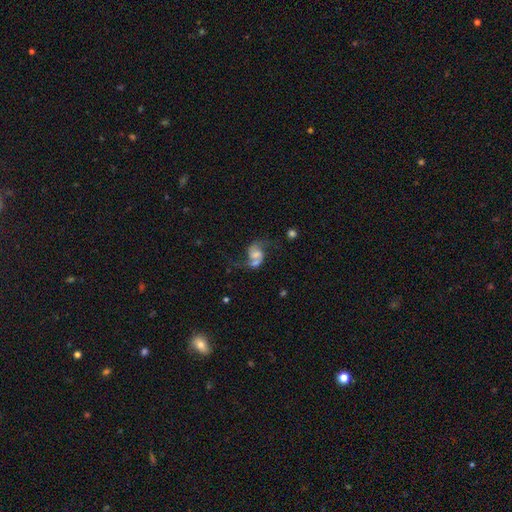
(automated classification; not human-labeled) Q: Smooth or featured?
A: featured or disk (72%); runner-up: smooth (19%)
Q: Edge-on disk?
A: no (98%); runner-up: yes (2%)
Q: Bar?
A: no (53%); runner-up: weak (37%)
Q: Spiral arms?
A: yes (89%); runner-up: no (11%)
Q: Spiral winding?
A: loose (65%); runner-up: medium (28%)
Q: Spiral arm count?
A: 2 (87%); runner-up: 1 (7%)
Q: Bulge size?
A: moderate (39%); runner-up: small (30%)
Q: Merging?
A: none (40%); runner-up: merger (26%)